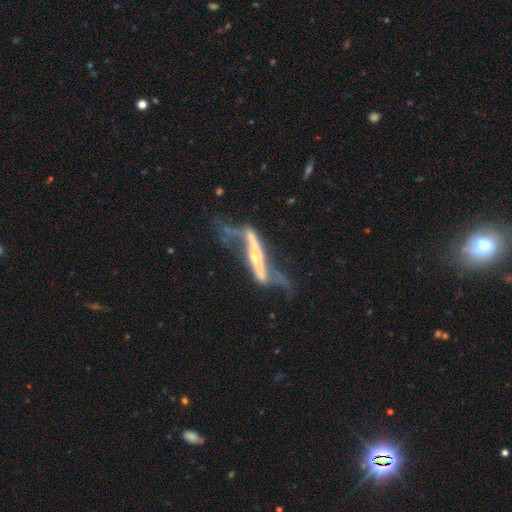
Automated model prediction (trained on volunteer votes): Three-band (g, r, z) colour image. It shows a featured or disk galaxy (75%) viewed edge-on (60%). Merging: major disturbance (38%).